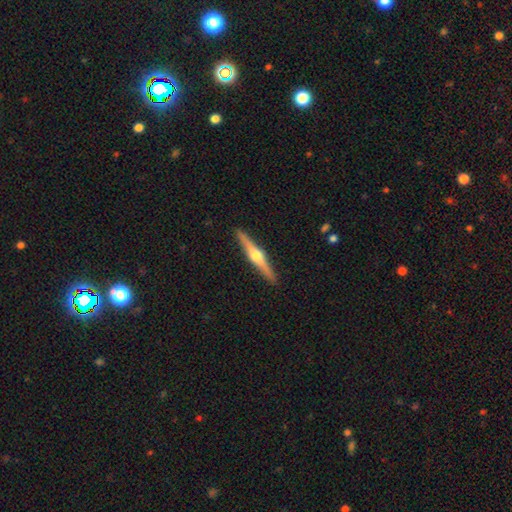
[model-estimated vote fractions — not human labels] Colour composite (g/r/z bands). It shows a featured or disk galaxy (75%) viewed edge-on (98%) with a rounded central bulge (95%). Merging: none (92%).